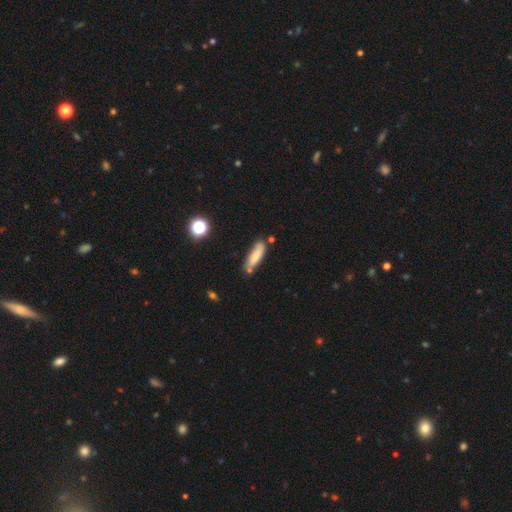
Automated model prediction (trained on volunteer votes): Smooth or featured? Predicted: smooth (p=0.75). How rounded? Predicted: cigar-shaped (p=0.59). Merging? Predicted: none (p=0.67).